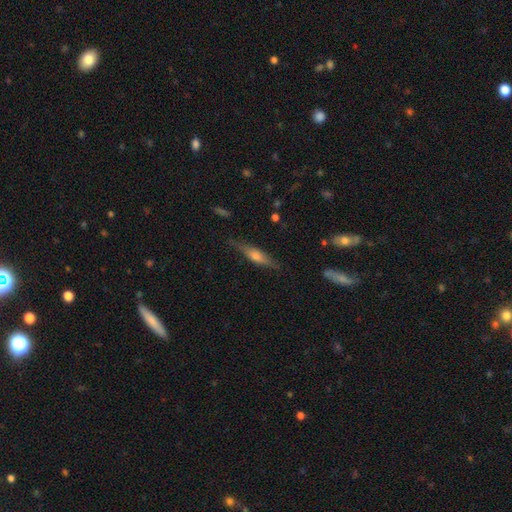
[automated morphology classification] smooth_or_featured: featured or disk (p=0.62) [alt: smooth p=0.31]
disk_edge_on: yes (p=0.94) [alt: no p=0.06]
edge_on_bulge: rounded (p=0.77) [alt: boxy p=0.16]
merging: none (p=0.80) [alt: minor disturbance p=0.14]